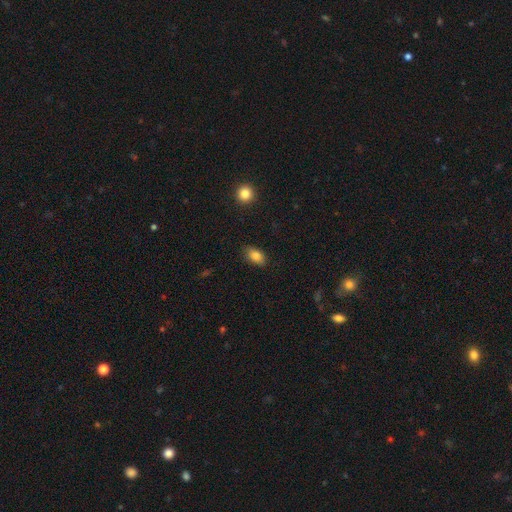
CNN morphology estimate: Overall: smooth (84%). How rounded: in between (88%). Merging: none (84%).